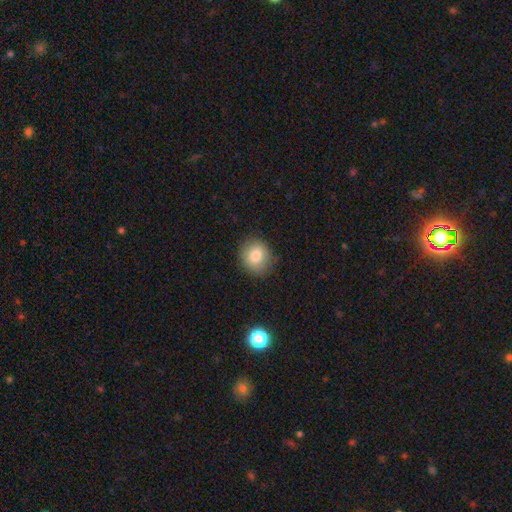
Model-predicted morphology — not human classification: Smooth or featured?
  - smooth: 80% *
  - featured or disk: 10%
  - star or artifact: 9%
How rounded?
  - round: 71% *
  - in between: 28%
  - cigar-shaped: 1%
Merging?
  - none: 83% *
  - minor disturbance: 13%
  - major disturbance: 3%
  - merger: 1%